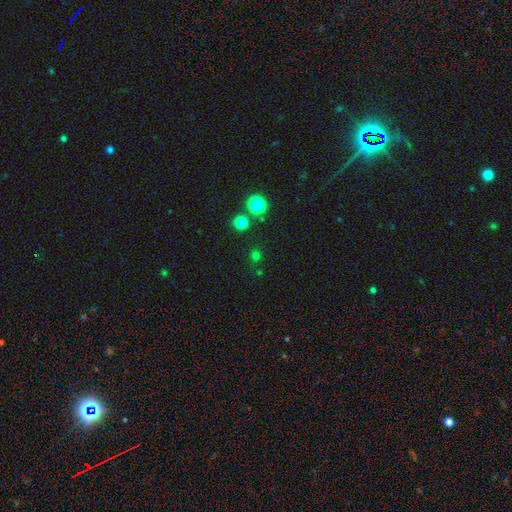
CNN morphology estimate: The model was most divided on "smooth or featured": smooth: 68%, star or artifact: 27%, featured or disk: 5%. More confident: how rounded — round (92%); merging — none (84%).